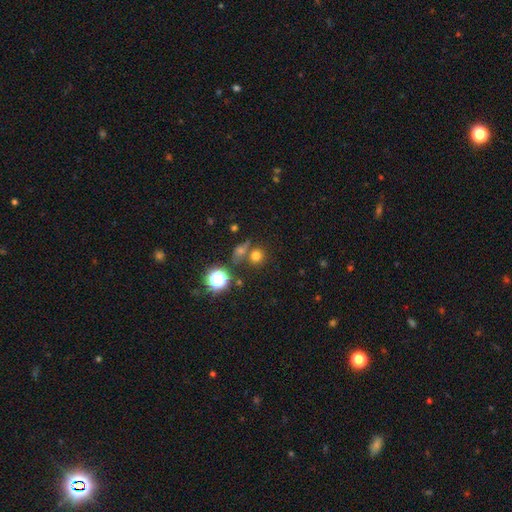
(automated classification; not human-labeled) This appears to be a smooth galaxy with no disk features (69%) that is round (85%). Merging: none (63%).